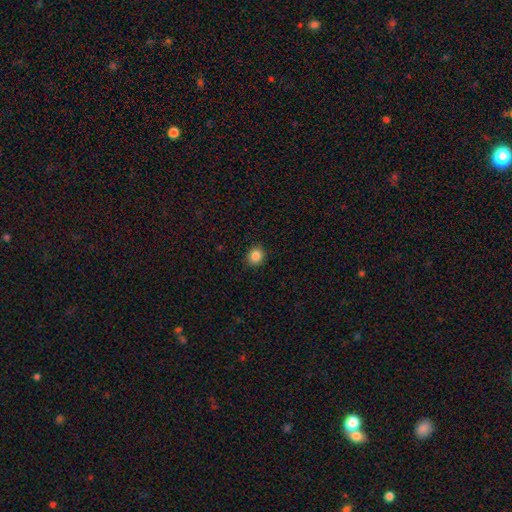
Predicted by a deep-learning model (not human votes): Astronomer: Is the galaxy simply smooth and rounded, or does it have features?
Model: smooth — 85%.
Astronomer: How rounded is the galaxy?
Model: round — 78%.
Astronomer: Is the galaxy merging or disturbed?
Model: none — 90%.